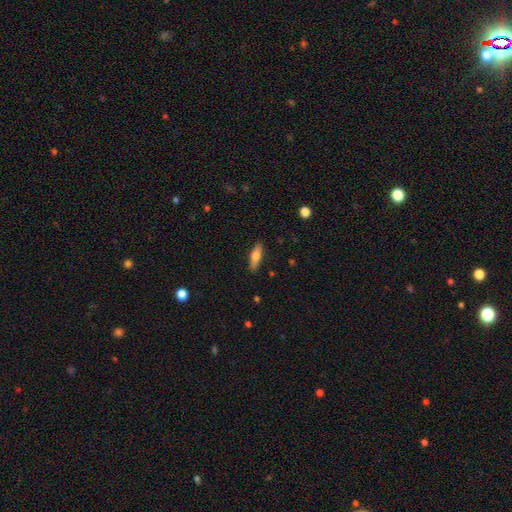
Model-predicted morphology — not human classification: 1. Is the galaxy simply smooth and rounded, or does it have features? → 63% smooth, 30% featured or disk, 6% star or artifact.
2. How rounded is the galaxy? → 58% cigar-shaped, 40% in between, 2% round.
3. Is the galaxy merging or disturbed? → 88% none, 9% minor disturbance, 2% major disturbance, 1% merger.